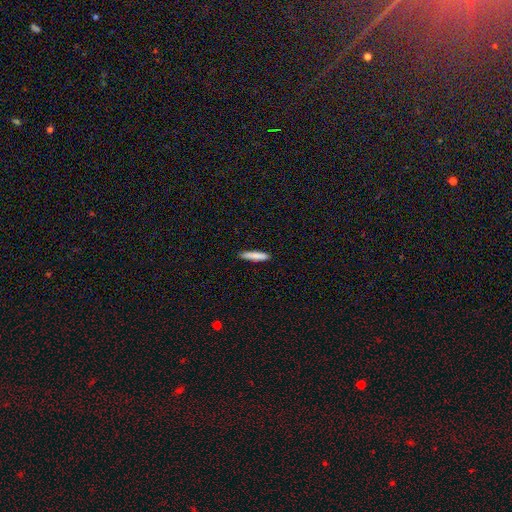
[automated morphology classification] Smooth or featured? Predicted: smooth (p=0.84). How rounded? Predicted: cigar-shaped (p=0.92). Merging? Predicted: none (p=0.90).